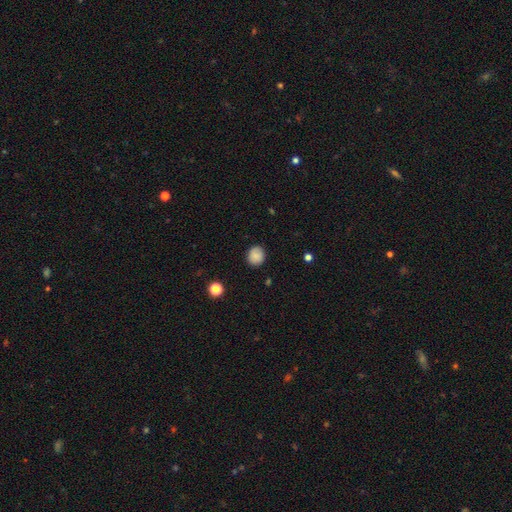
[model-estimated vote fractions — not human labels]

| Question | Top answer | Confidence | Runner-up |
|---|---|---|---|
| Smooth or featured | smooth | 85% | star or artifact (9%) |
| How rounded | round | 83% | in between (16%) |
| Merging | none | 85% | minor disturbance (11%) |